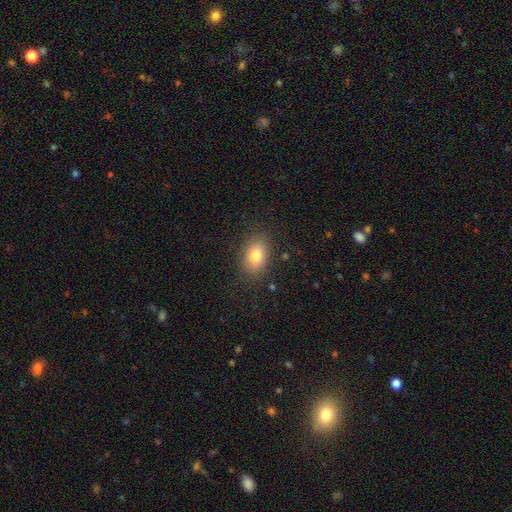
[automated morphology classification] This appears to be a smooth galaxy with no disk features (79%) that is in between round and cigar-shaped (81%). Merging: none (83%).